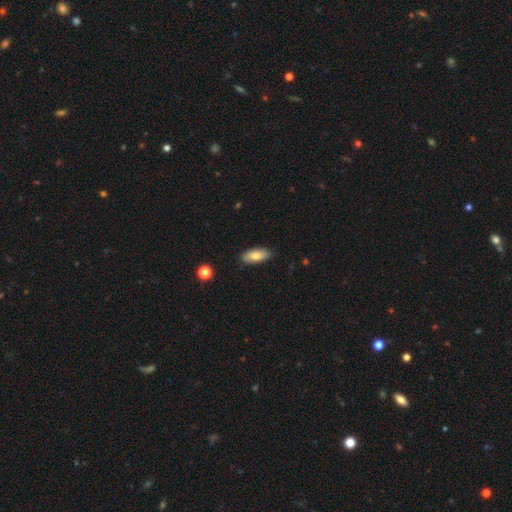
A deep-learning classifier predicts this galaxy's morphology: Overall: smooth (78%). How rounded: in between (81%). Merging: none (87%).